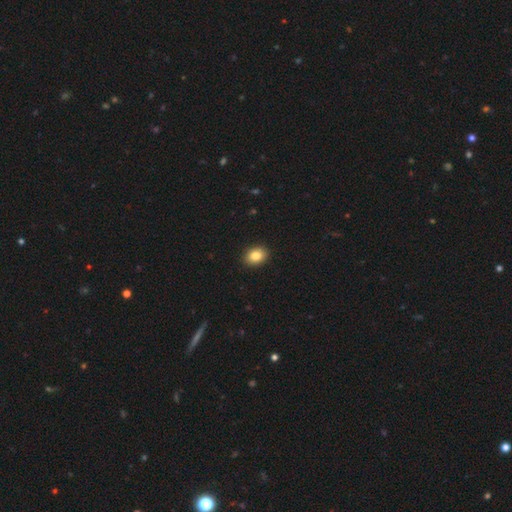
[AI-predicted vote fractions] Smooth or featured?
  - smooth: 86% *
  - star or artifact: 9%
  - featured or disk: 6%
How rounded?
  - in between: 68% *
  - round: 31%
  - cigar-shaped: 1%
Merging?
  - none: 91% *
  - minor disturbance: 6%
  - major disturbance: 2%
  - merger: 1%